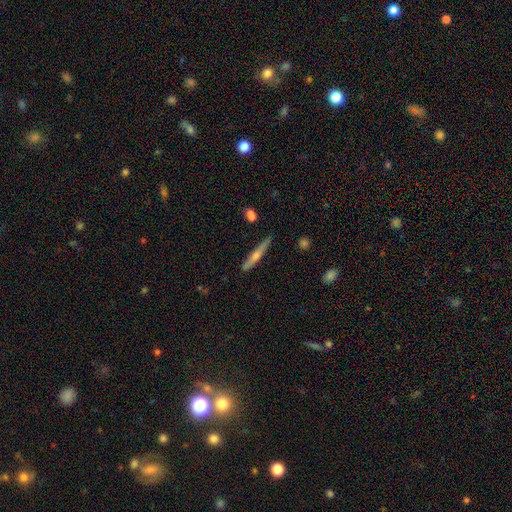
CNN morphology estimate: The model was most divided on "smooth or featured": featured or disk: 57%, smooth: 36%, star or artifact: 7%. More confident: edge-on disk — yes (96%); merging — none (86%); edge-on bulge — rounded (81%).